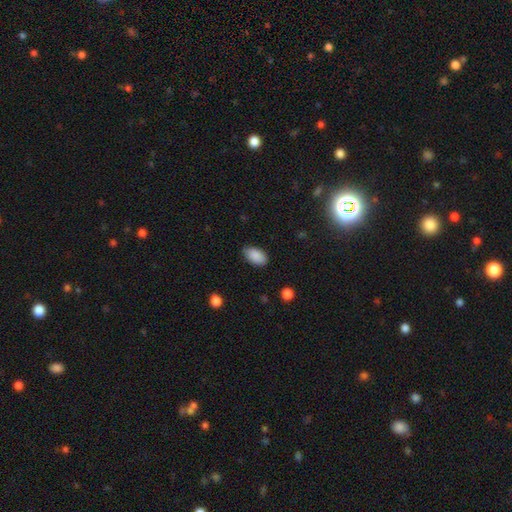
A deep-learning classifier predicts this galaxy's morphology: This is clearly a smooth galaxy (89%). How rounded: clearly in between (94%). Merging: clearly none (82%).